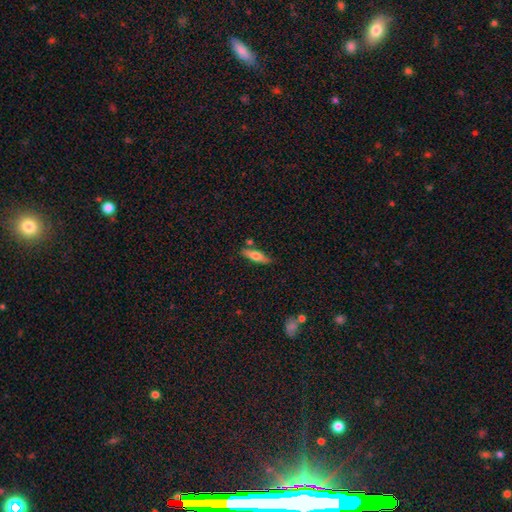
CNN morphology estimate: Overall: smooth (61%; featured or disk 33%). How rounded: cigar-shaped (60%; in between 37%). Merging: none (77%).